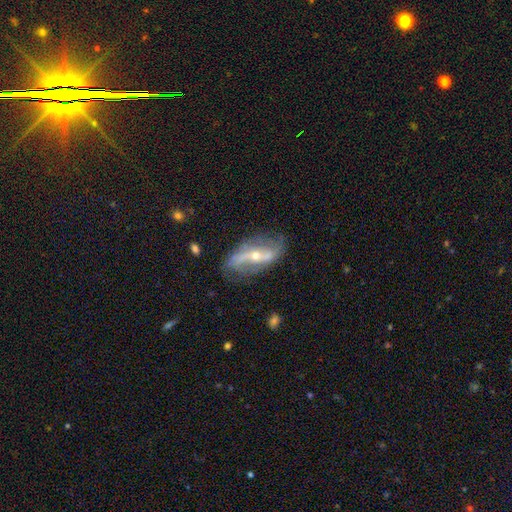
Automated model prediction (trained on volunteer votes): This is clearly a featured or disk galaxy (84%). It is clearly not viewed edge-on (86%). Bar: possibly strong (52%). Spiral arm pattern: clearly yes (87%). Spiral arm count: clearly 2 (86%). Spiral winding: likely loose (65%). Central bulge: possibly small (56%). Merging: likely none (72%).